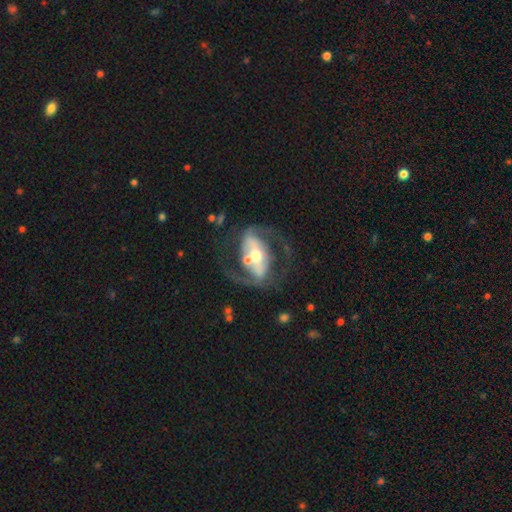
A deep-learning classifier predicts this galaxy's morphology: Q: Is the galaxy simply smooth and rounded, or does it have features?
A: featured or disk — 86%.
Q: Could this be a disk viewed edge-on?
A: no — 95%.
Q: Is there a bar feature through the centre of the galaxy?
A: strong — 57%.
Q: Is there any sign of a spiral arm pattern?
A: yes — 90%.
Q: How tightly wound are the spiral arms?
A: medium — 52%.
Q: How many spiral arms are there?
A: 2 — 90%.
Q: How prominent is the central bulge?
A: moderate — 54%.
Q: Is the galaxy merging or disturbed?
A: none — 60%.